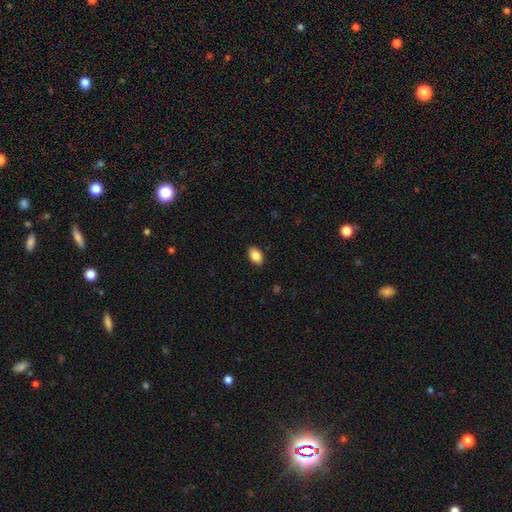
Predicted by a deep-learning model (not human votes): A smooth galaxy with no disk features (86%) that is in between round and cigar-shaped (89%). Merging: none (89%).